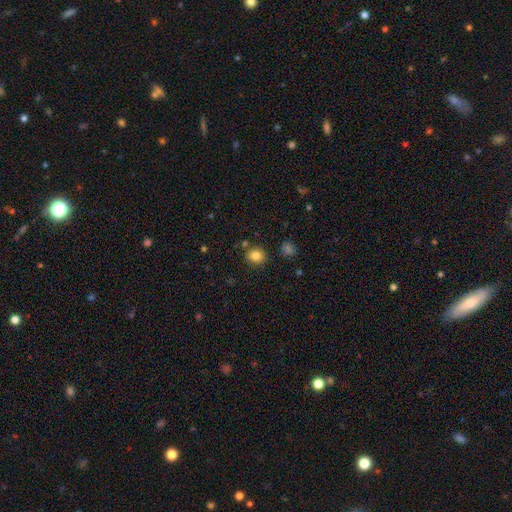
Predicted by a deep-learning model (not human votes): Smooth or featured: smooth — 83% (star or artifact — 12%)
How rounded: round — 73% (in between — 26%)
Merging: none — 84% (minor disturbance — 9%)